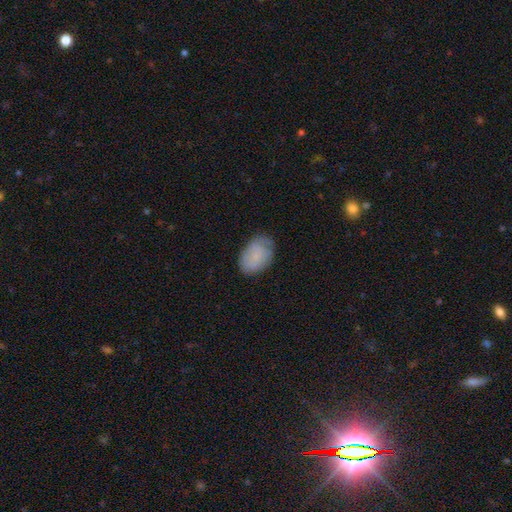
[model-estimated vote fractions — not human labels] Q: Smooth or featured?
A: smooth (69%); runner-up: featured or disk (23%)
Q: How rounded?
A: in between (85%); runner-up: round (14%)
Q: Merging?
A: none (72%); runner-up: minor disturbance (22%)